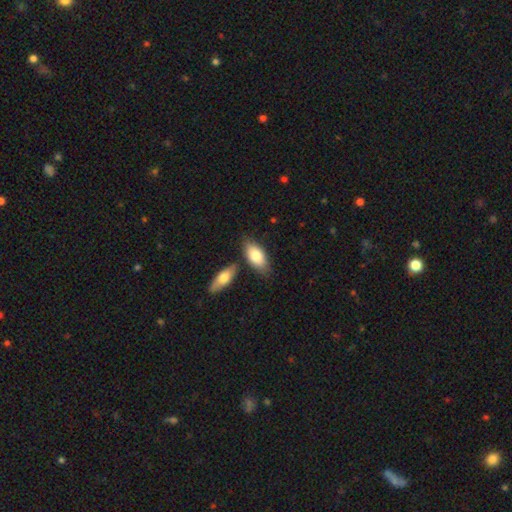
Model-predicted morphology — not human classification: smooth_or_featured: smooth (p=0.78) [alt: featured or disk p=0.16]
how_rounded: in between (p=0.89) [alt: cigar-shaped p=0.08]
merging: none (p=0.67) [alt: merger p=0.15]